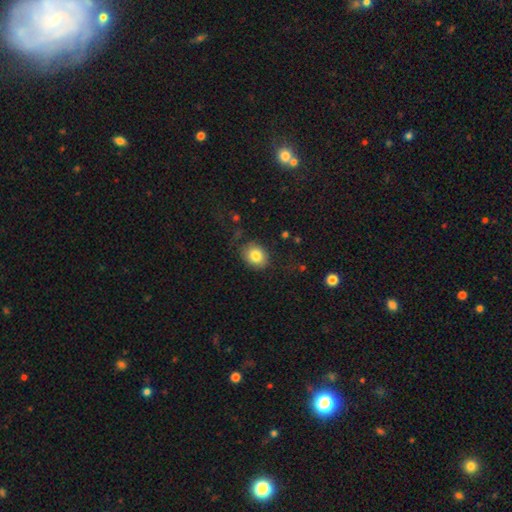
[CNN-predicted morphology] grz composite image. It shows a smooth galaxy with no disk features (81%) that is in between round and cigar-shaped (51%). Merging: none (75%).